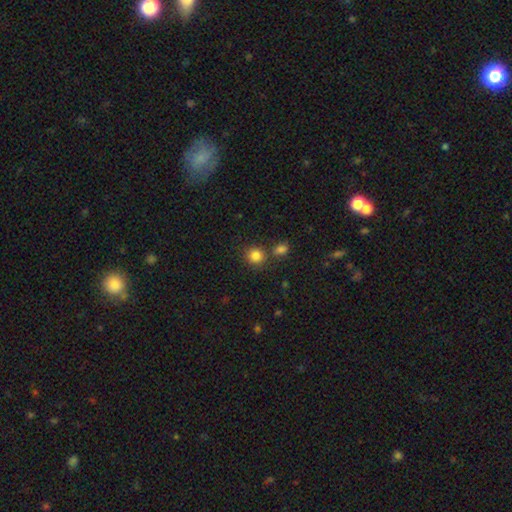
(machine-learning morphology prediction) type=smooth (84%); roundness=round (86%); merging=none (73%).